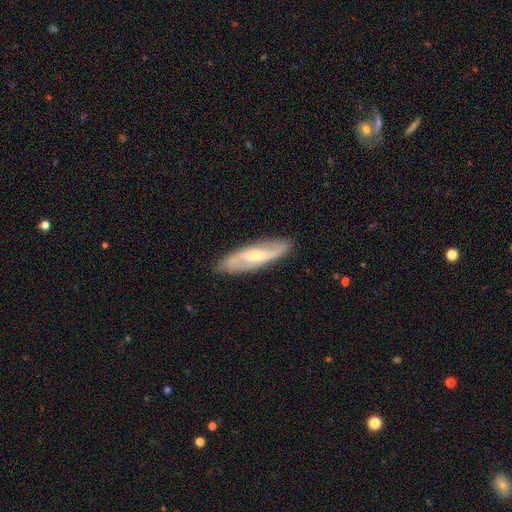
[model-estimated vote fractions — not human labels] smooth-or-featured: featured or disk: 74% | smooth: 21% | star or artifact: 6%
  disk-edge-on: no: 80% | yes: 20%
    bar: weak: 43% | no: 32% | strong: 25%
    has-spiral-arms: yes: 90% | no: 10%
      spiral-winding: loose: 52% | medium: 33% | tight: 15%
      spiral-arm-count: 2: 87% | can't tell: 8% | 1: 2% | 3: 1% | 4: 1% | more than 4: 1%
    bulge-size: small: 63% | moderate: 33% | none: 2% | large: 2% | dominant: 1%
  merging: none: 86% | minor disturbance: 10% | major disturbance: 2% | merger: 1%